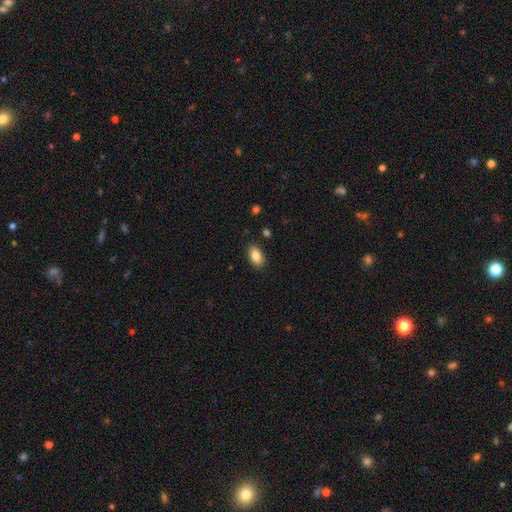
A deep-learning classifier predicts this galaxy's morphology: Overall: smooth (85%). How rounded: in between (91%). Merging: none (88%).